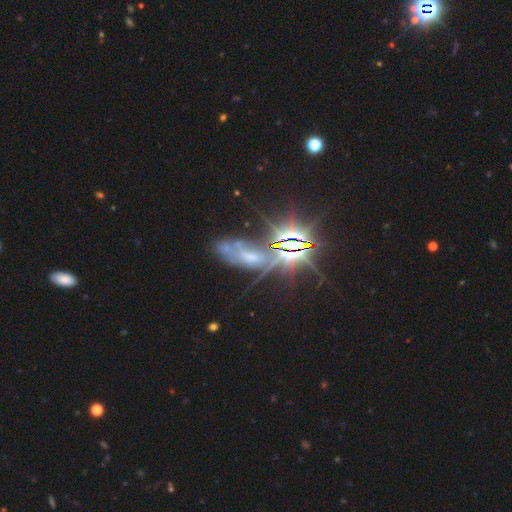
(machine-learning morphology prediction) This is possibly a star or artifact rather than a galaxy (57%).